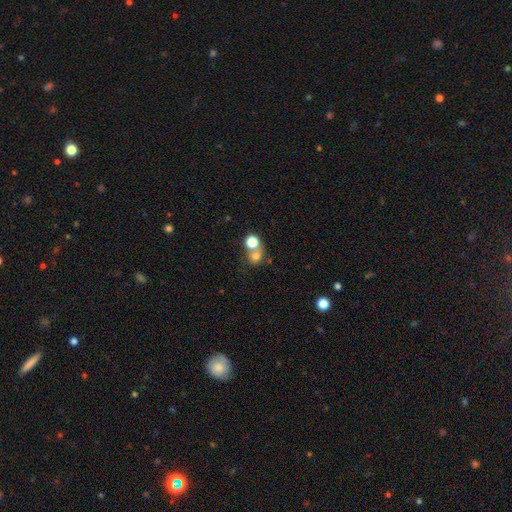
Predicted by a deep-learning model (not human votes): This is likely a smooth galaxy (72%). How rounded: clearly round (80%). Merging: possibly merger (45%).